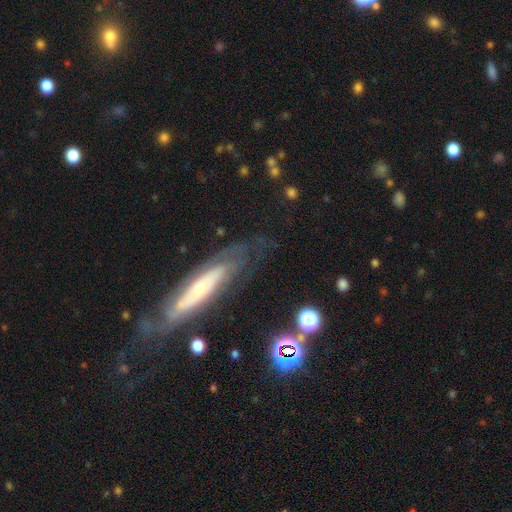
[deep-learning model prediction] Smooth or featured? Predicted: featured or disk (p=0.69). Edge-on disk? Predicted: yes (p=0.59). Merging? Predicted: none (p=0.68).